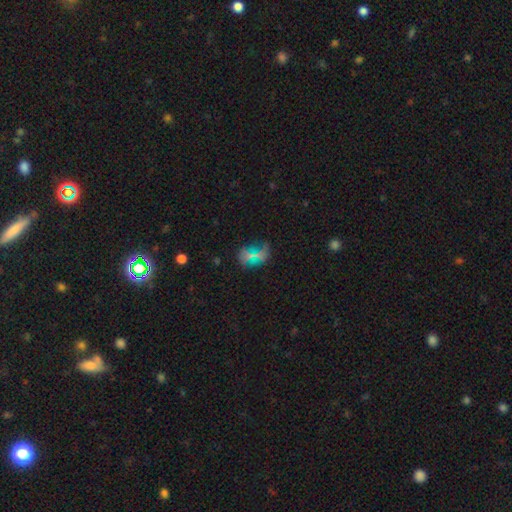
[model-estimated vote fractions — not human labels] Smooth or featured? smooth (46%)
Merging? none (65%)